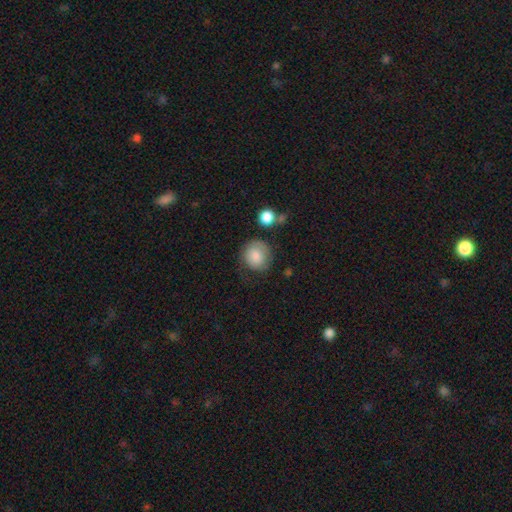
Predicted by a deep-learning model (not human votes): A smooth galaxy with no disk features (79%) that is round (84%). Merging: none (63%).